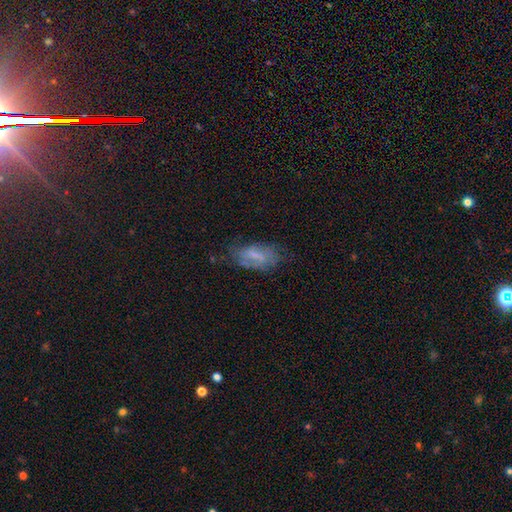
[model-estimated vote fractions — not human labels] smooth 45% (tied), featured or disk 45% (tied), star or artifact 10%. Down the decision tree: merging — none (56%).